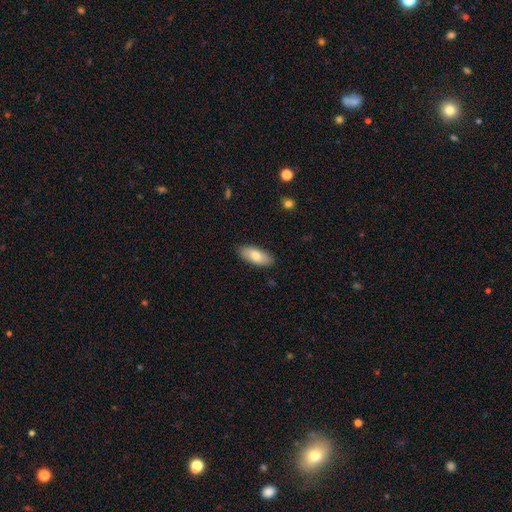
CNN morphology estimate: A smooth galaxy with no disk features (77%) that is in between round and cigar-shaped (86%). Merging: none (88%).